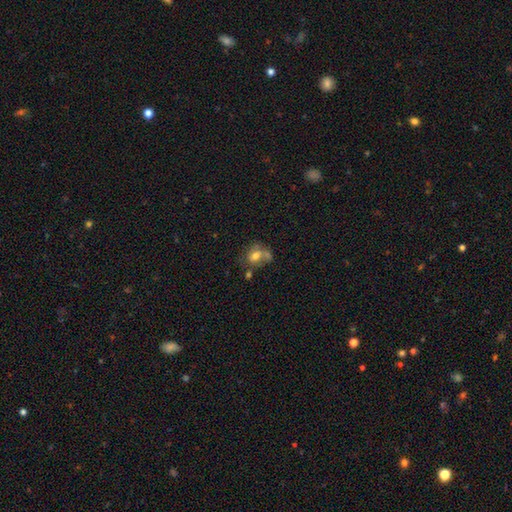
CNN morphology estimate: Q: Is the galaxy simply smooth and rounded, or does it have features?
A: smooth — 66%.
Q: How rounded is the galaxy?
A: in between — 54%.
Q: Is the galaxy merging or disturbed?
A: none — 35%.